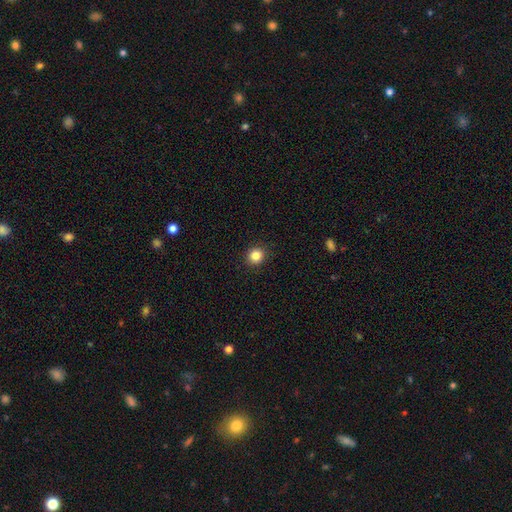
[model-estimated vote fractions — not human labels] This is clearly a smooth galaxy (84%). How rounded: clearly round (89%). Merging: clearly none (92%).